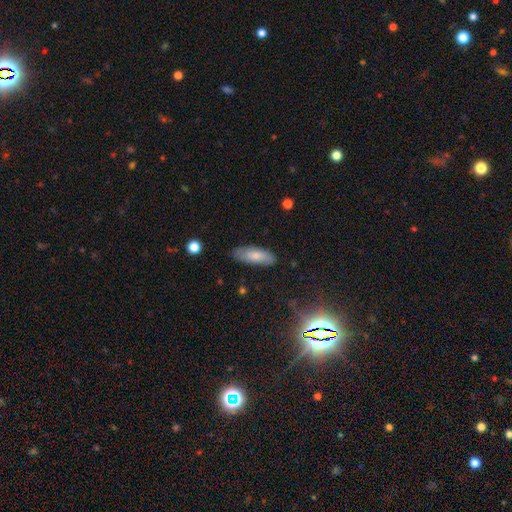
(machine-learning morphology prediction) smooth 76%, featured or disk 18%, star or artifact 7%. Down the decision tree: how rounded — in between (72%); merging — none (82%).